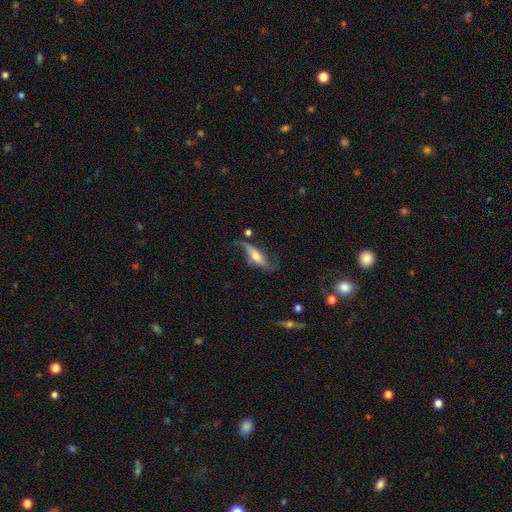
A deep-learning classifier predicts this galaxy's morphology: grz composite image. It shows a featured or disk galaxy (62%). Merging: none (52%).